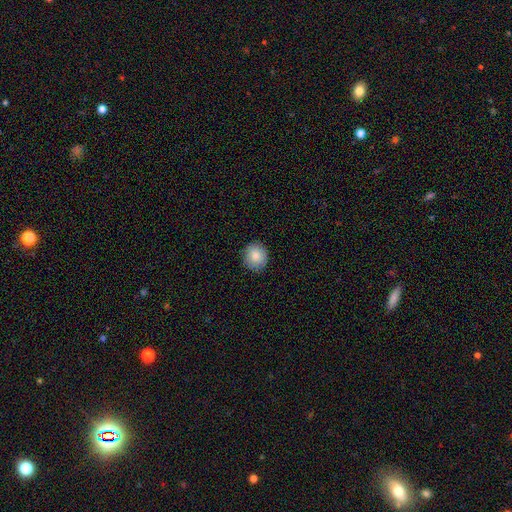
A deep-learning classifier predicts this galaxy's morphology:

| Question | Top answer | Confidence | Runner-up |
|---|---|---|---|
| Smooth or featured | smooth | 83% | featured or disk (8%) |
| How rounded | round | 84% | in between (15%) |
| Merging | none | 87% | minor disturbance (10%) |